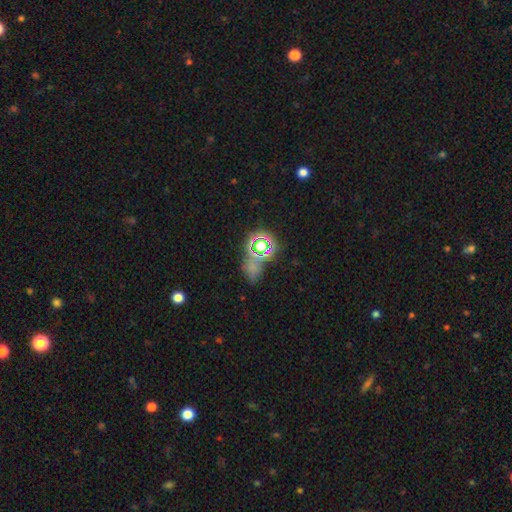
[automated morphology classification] Smooth or featured: star or artifact — 46% (smooth — 40%)